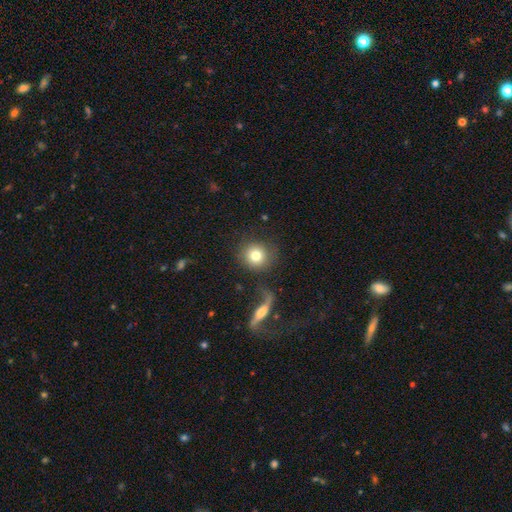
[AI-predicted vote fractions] smooth-or-featured: smooth: 79% | featured or disk: 13% | star or artifact: 8%
  how-rounded: round: 91% | in between: 8% | cigar-shaped: 1%
  merging: none: 75% | minor disturbance: 10% | merger: 8% | major disturbance: 6%